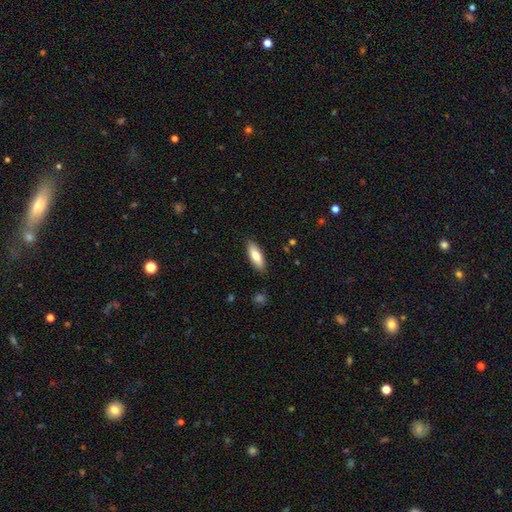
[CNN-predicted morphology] Overall: smooth (78%). How rounded: in between (62%; cigar-shaped 37%). Merging: none (87%).